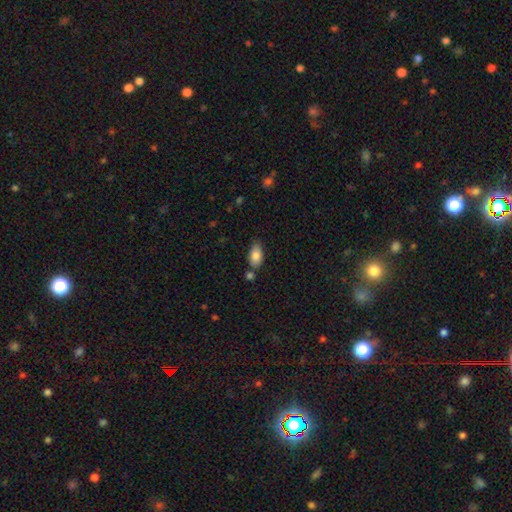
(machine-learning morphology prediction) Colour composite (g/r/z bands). It shows a smooth galaxy with no disk features (83%) that is in between round and cigar-shaped (92%). Merging: none (66%).